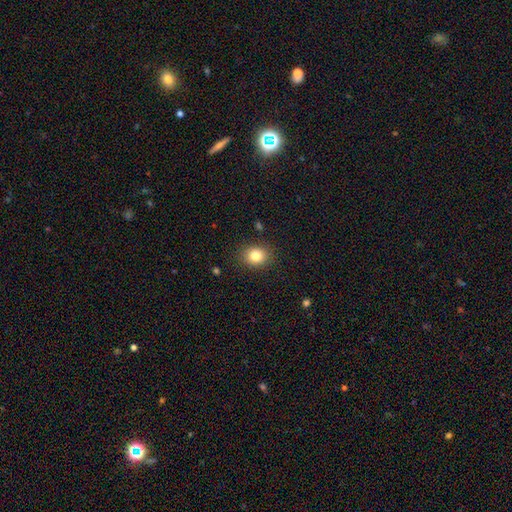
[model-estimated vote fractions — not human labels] Q: Smooth or featured?
A: smooth (82%); runner-up: star or artifact (10%)
Q: How rounded?
A: round (59%); runner-up: in between (40%)
Q: Merging?
A: none (87%); runner-up: minor disturbance (9%)